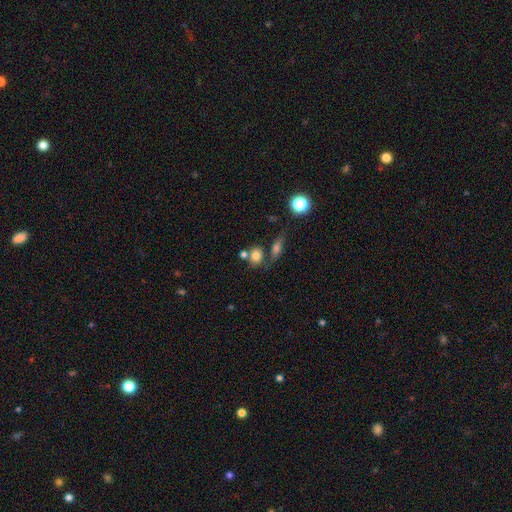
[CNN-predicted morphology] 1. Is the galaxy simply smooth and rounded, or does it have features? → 76% smooth, 13% star or artifact, 11% featured or disk.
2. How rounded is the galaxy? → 68% round, 30% in between, 2% cigar-shaped.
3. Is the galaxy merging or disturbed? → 51% none, 31% merger, 12% minor disturbance, 6% major disturbance.